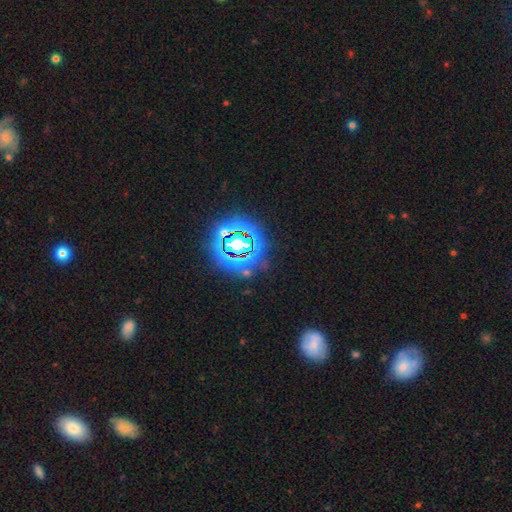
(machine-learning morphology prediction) Smooth or featured? Predicted: star or artifact (p=0.80).